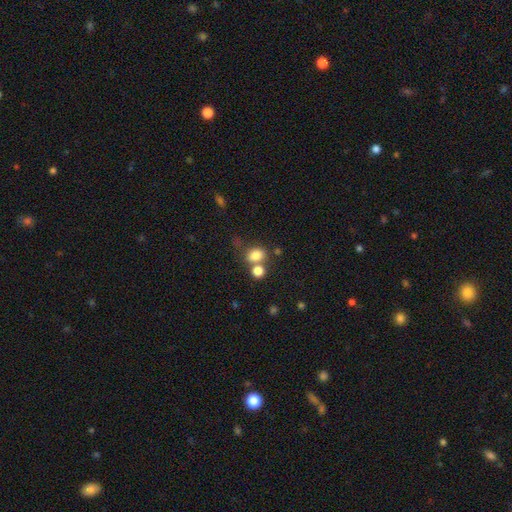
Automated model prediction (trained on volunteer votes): Smooth or featured? Predicted: smooth (p=0.81). How rounded? Predicted: in between (p=0.54). Merging? Predicted: none (p=0.47).